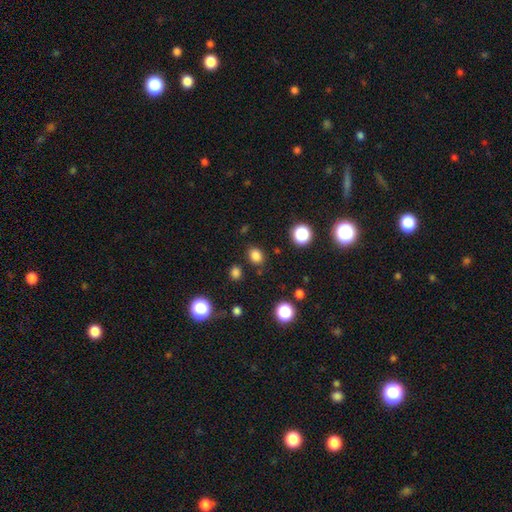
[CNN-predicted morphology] Smooth or featured?
  - smooth: 82% *
  - star or artifact: 14%
  - featured or disk: 4%
How rounded?
  - round: 53% *
  - in between: 46%
  - cigar-shaped: 1%
Merging?
  - none: 85% *
  - minor disturbance: 9%
  - major disturbance: 3%
  - merger: 3%